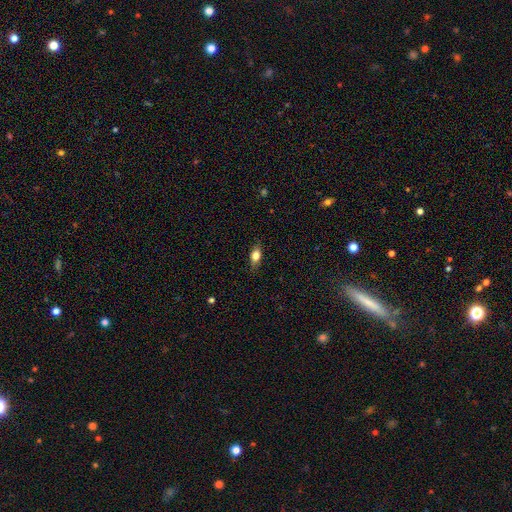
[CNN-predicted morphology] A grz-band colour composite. It shows a smooth galaxy with no disk features (74%) that is in between round and cigar-shaped (77%). Merging: none (83%).